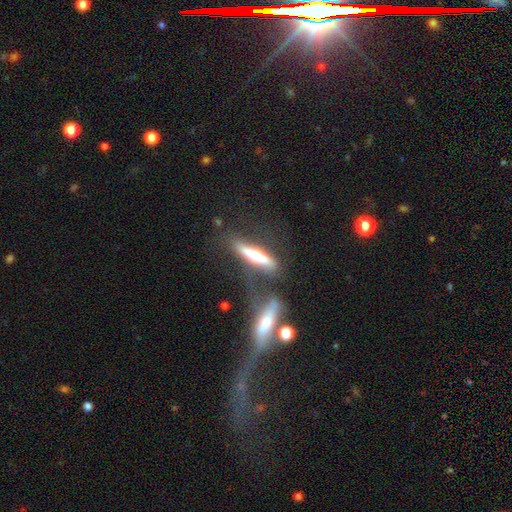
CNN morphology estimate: Smooth or featured: featured or disk — 49% (smooth — 44%)
Merging: none — 46% (merger — 24%)